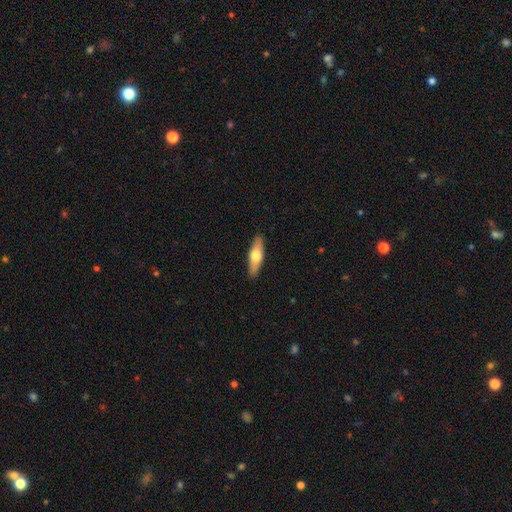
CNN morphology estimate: Q: Smooth or featured?
A: smooth (56%); runner-up: featured or disk (38%)
Q: How rounded?
A: cigar-shaped (56%); runner-up: in between (41%)
Q: Merging?
A: none (90%); runner-up: minor disturbance (7%)